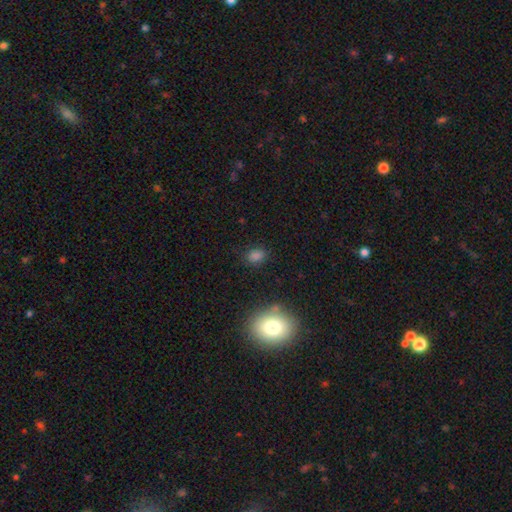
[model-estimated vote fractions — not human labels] Q: Smooth or featured?
A: smooth (77%); runner-up: star or artifact (17%)
Q: How rounded?
A: in between (60%); runner-up: round (38%)
Q: Merging?
A: none (81%); runner-up: minor disturbance (13%)